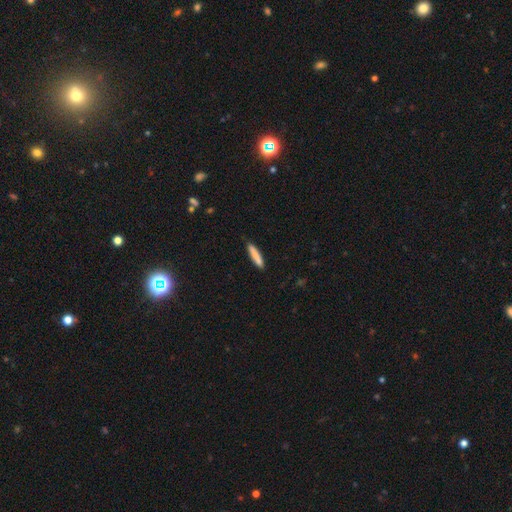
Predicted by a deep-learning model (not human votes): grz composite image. It shows a smooth galaxy with no disk features (84%) that is cigar-shaped (89%). Merging: none (87%).